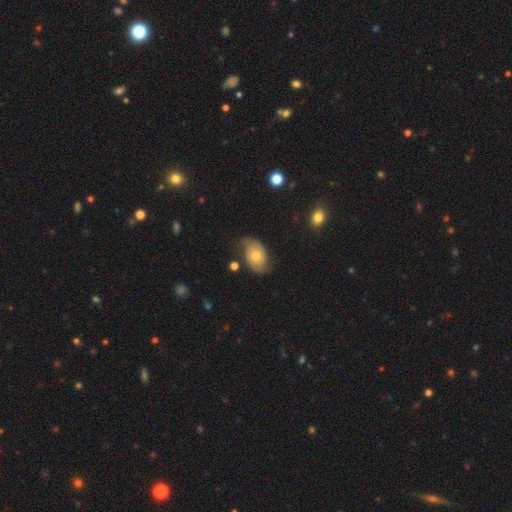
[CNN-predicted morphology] This is likely a featured or disk galaxy (62%). It is clearly not viewed edge-on (96%). Bar: likely no (79%). Spiral arm pattern: clearly yes (85%). Spiral arm count: clearly 2 (80%). Spiral winding: marginally tight (39%). Central bulge: possibly moderate (59%). Merging: likely none (67%).